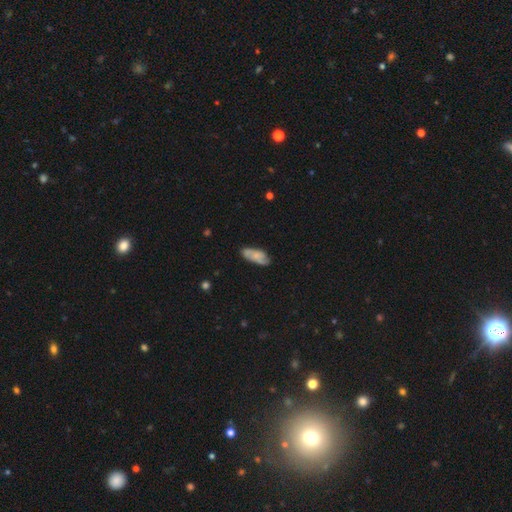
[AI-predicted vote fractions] Smooth or featured?
  - smooth: 63% *
  - featured or disk: 31%
  - star or artifact: 7%
How rounded?
  - in between: 79% *
  - cigar-shaped: 19%
  - round: 2%
Merging?
  - none: 70% *
  - minor disturbance: 23%
  - major disturbance: 5%
  - merger: 2%